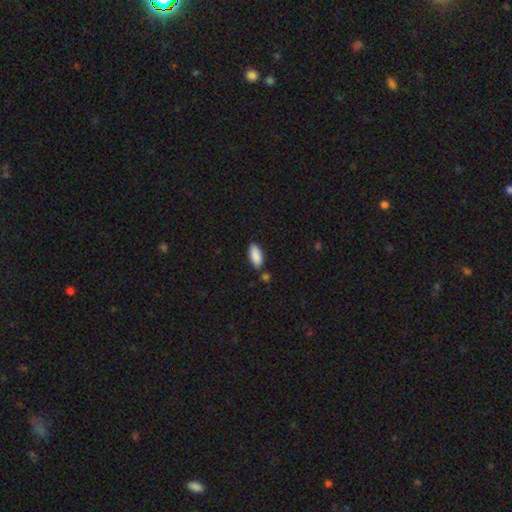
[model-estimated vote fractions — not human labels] The model was most divided on "how rounded": in between: 83%, cigar-shaped: 15%, round: 2%. More confident: smooth or featured — smooth (90%); merging — none (81%).